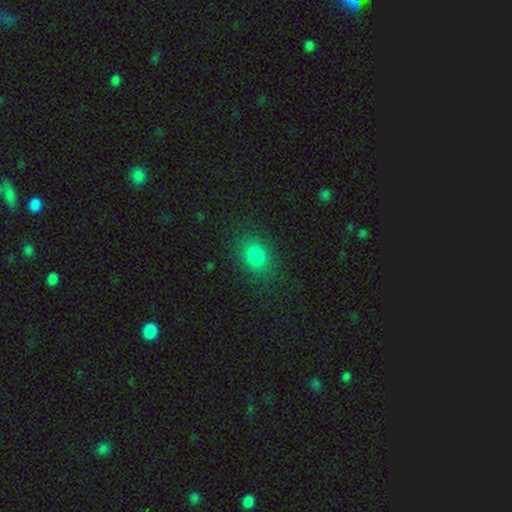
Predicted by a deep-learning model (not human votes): Overall: smooth (84%). How rounded: in between (63%; round 36%). Merging: none (84%).